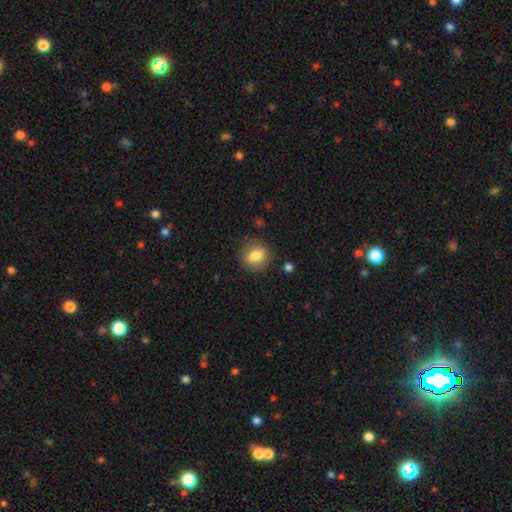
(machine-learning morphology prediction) type=smooth (80%); roundness=round (64%); merging=none (85%).